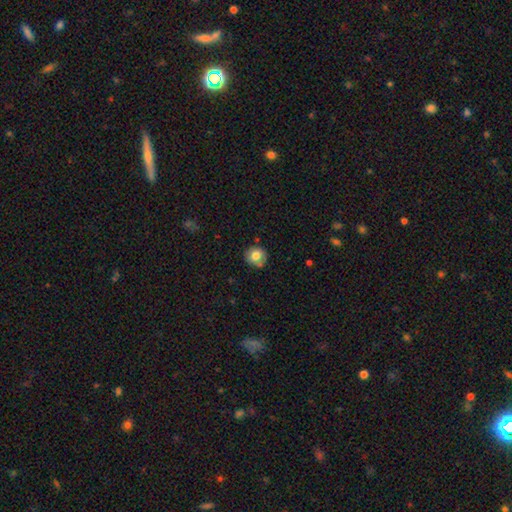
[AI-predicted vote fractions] Smooth or featured: smooth — 75% (featured or disk — 16%)
How rounded: round — 84% (in between — 15%)
Merging: none — 75% (minor disturbance — 18%)